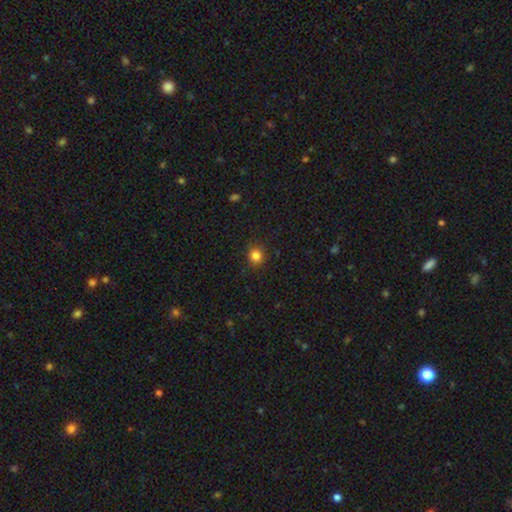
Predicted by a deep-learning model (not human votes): Q: Smooth or featured?
A: smooth (83%); runner-up: star or artifact (12%)
Q: How rounded?
A: round (90%); runner-up: in between (9%)
Q: Merging?
A: none (90%); runner-up: minor disturbance (7%)